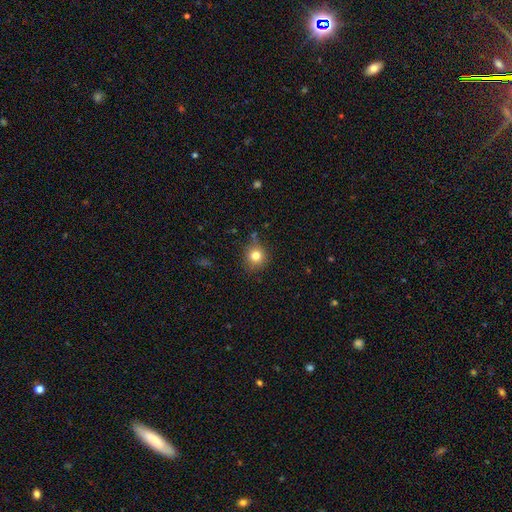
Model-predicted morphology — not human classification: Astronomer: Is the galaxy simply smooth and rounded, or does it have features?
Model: smooth — 80%.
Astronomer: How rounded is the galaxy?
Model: round — 90%.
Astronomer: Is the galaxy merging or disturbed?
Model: none — 81%.